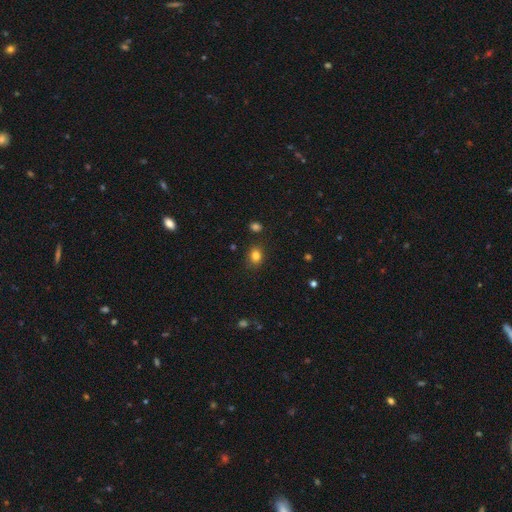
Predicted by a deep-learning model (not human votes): Overall: smooth (83%). How rounded: in between (53%; round 46%). Merging: none (83%).